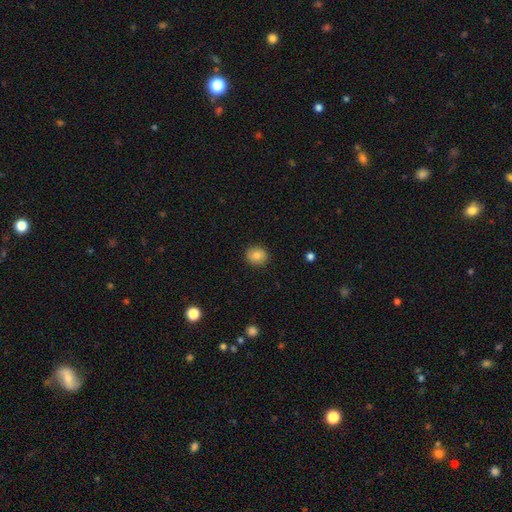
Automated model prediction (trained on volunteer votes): Overall: smooth (84%). How rounded: round (78%). Merging: none (90%).